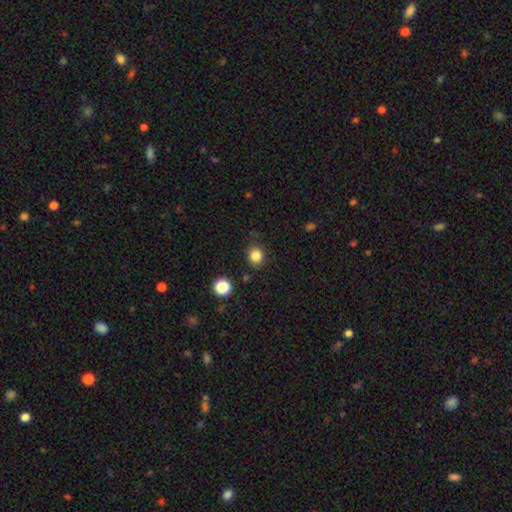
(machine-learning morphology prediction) smooth-or-featured: smooth: 84% | star or artifact: 12% | featured or disk: 4%
  how-rounded: round: 78% | in between: 21% | cigar-shaped: 1%
  merging: none: 82% | minor disturbance: 12% | major disturbance: 3% | merger: 2%